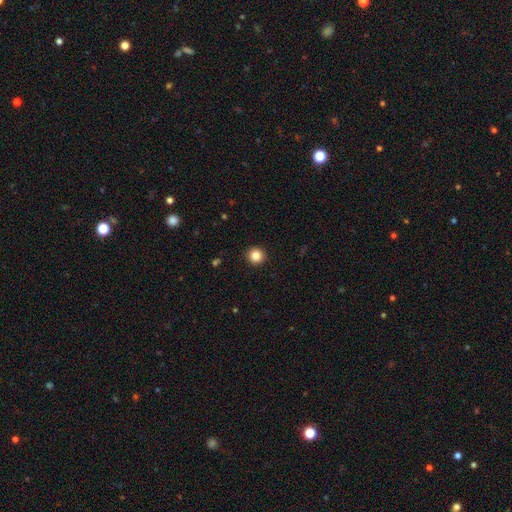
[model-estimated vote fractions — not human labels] Smooth or featured?
  - smooth: 86% *
  - star or artifact: 11%
  - featured or disk: 4%
How rounded?
  - round: 94% *
  - in between: 5%
  - cigar-shaped: 1%
Merging?
  - none: 92% *
  - minor disturbance: 5%
  - major disturbance: 2%
  - merger: 1%